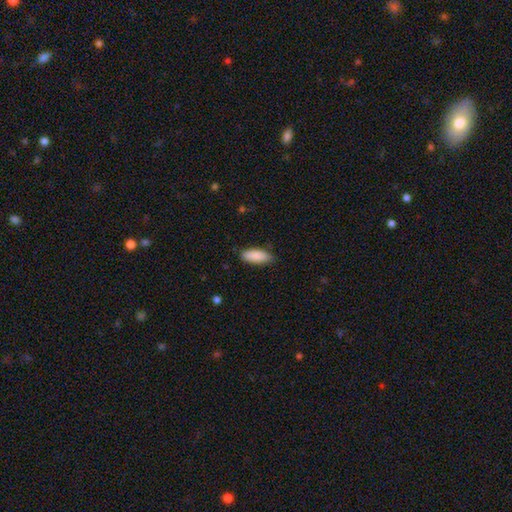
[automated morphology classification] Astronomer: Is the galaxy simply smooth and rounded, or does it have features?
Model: smooth — 88%.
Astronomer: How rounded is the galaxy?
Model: in between — 79%.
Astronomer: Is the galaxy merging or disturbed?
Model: none — 80%.